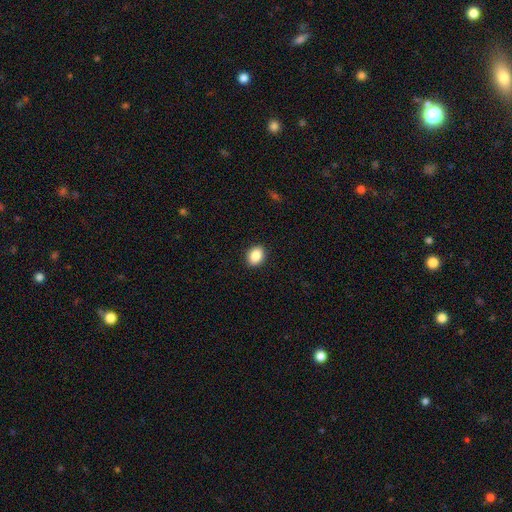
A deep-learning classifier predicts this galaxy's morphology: Overall: smooth (88%). How rounded: in between (63%; round 36%). Merging: none (91%).